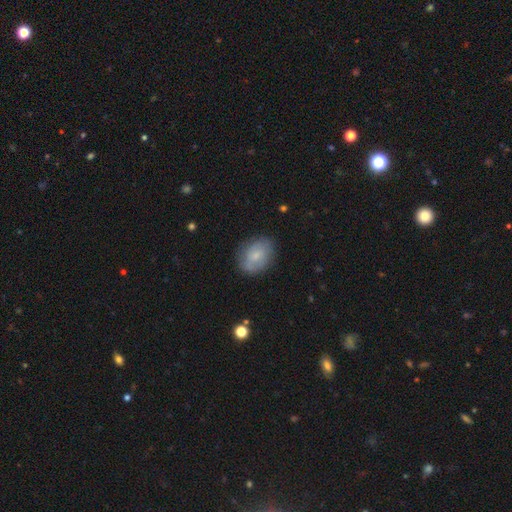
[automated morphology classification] Overall: smooth (62%; featured or disk 30%). How rounded: in between (76%). Merging: none (77%).